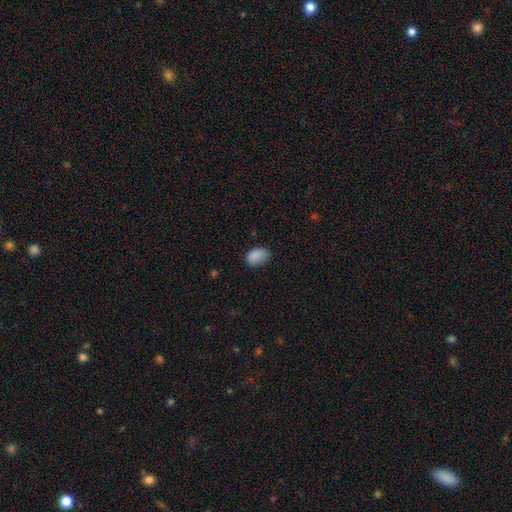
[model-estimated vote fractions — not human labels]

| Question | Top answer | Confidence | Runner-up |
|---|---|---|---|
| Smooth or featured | smooth | 87% | star or artifact (9%) |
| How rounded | in between | 81% | round (18%) |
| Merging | none | 67% | minor disturbance (27%) |